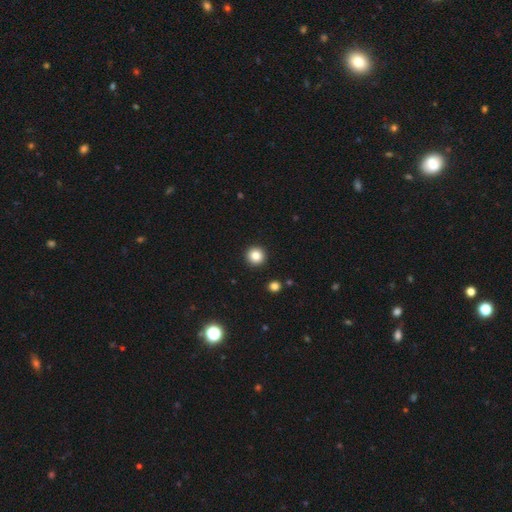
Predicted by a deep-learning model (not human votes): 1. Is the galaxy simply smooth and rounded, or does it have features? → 83% smooth, 11% star or artifact, 6% featured or disk.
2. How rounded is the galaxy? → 95% round, 4% in between, 1% cigar-shaped.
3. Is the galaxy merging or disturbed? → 93% none, 4% minor disturbance, 2% major disturbance, 1% merger.